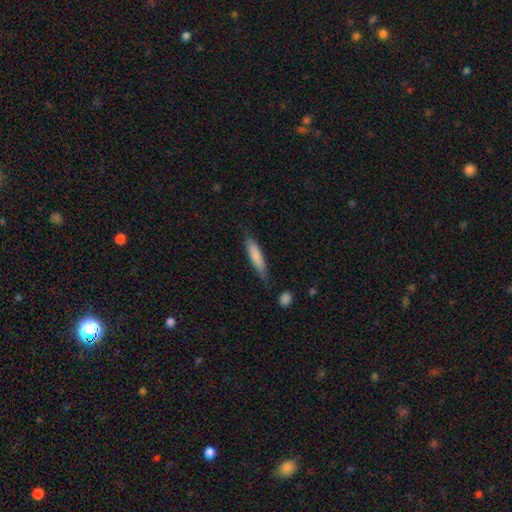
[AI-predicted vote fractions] Overall: smooth (78%). How rounded: cigar-shaped (81%). Merging: none (72%).